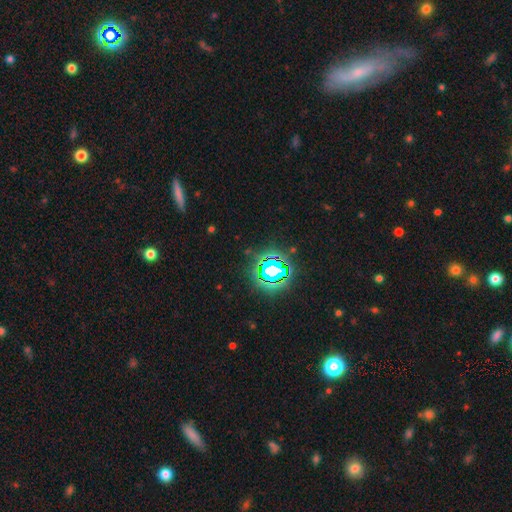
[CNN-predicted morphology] Smooth or featured? star or artifact (72%)